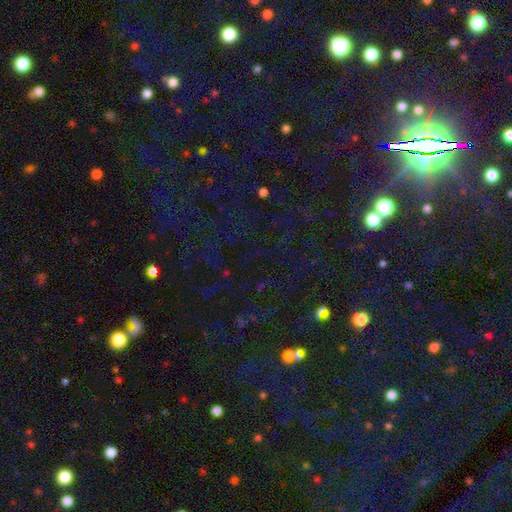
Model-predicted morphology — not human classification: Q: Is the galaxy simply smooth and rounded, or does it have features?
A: star or artifact — 70%.